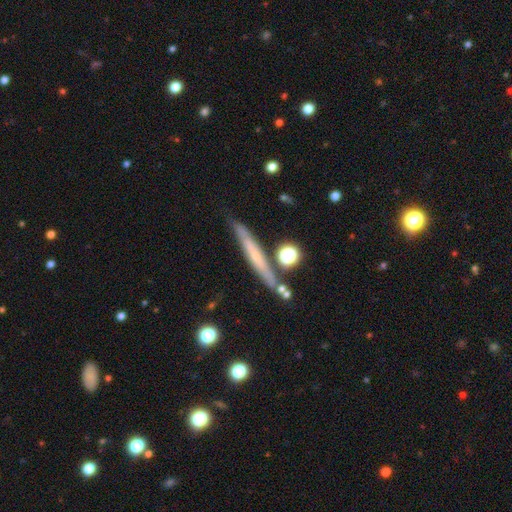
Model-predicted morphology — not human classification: type=featured or disk (54%); edge-on=yes (90%); merging=none (77%).